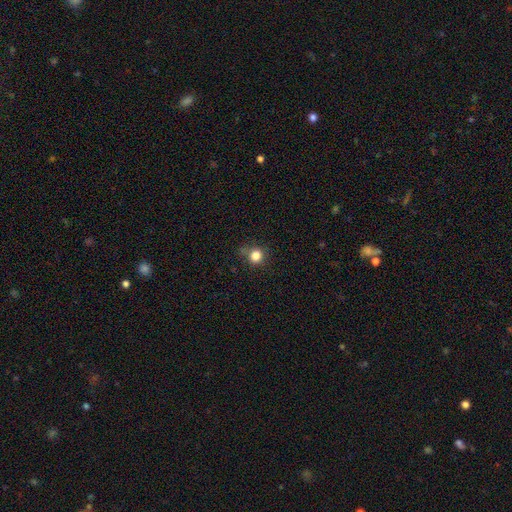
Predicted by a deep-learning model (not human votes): This is clearly a smooth galaxy (83%). How rounded: clearly round (87%). Merging: likely none (76%).